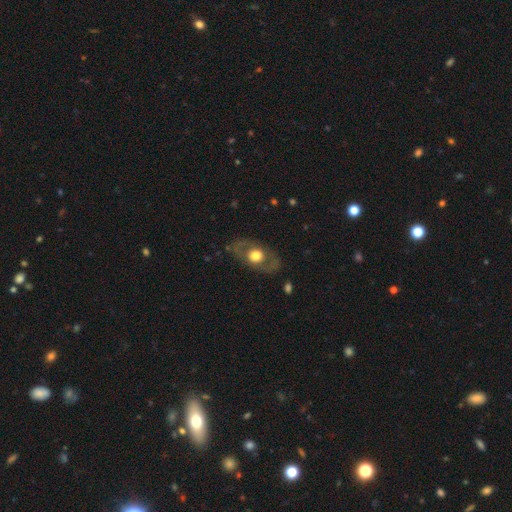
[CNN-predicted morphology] Overall: featured or disk (48%; smooth 45%). Merging: none (79%).